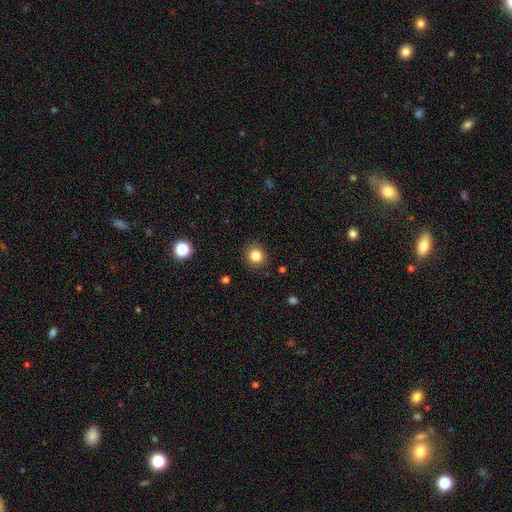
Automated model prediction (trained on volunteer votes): Q: Smooth or featured?
A: smooth (83%); runner-up: star or artifact (12%)
Q: How rounded?
A: round (86%); runner-up: in between (13%)
Q: Merging?
A: none (89%); runner-up: minor disturbance (8%)